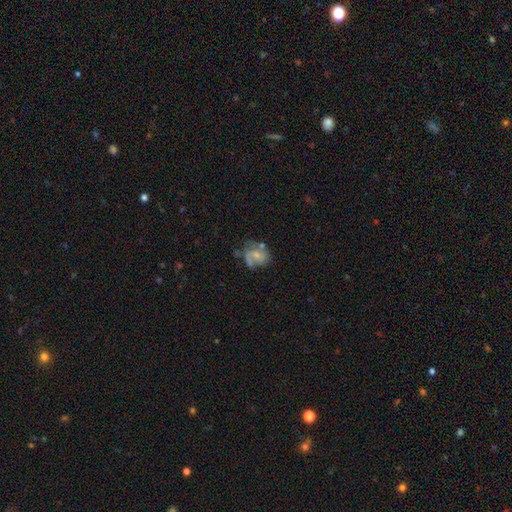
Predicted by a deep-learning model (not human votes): A featured or disk galaxy (62%) with no bar (57%), spiral arms (80%) and a small central bulge (45%).

Vote fractions:
- Smooth or featured? featured or disk: 62% / smooth: 30% / star or artifact: 8%
- Edge-on disk? no: 98% / yes: 2%
- Bar? no: 57% / weak: 36% / strong: 8%
- Spiral arms? yes: 80% / no: 20%
- Bulge size? small: 45% / moderate: 37% / none: 13% / large: 4% / dominant: 1%
- Merging? none: 43% / minor disturbance: 25% / major disturbance: 20% / merger: 12%